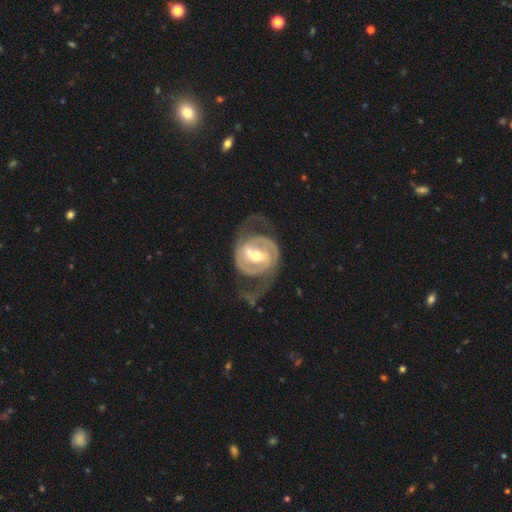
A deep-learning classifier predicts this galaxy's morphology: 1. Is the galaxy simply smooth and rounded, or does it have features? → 91% featured or disk, 5% smooth, 4% star or artifact.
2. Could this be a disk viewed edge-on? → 98% no, 2% yes.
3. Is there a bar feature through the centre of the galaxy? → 47% strong, 37% weak, 16% no.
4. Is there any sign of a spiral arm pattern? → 97% yes, 3% no.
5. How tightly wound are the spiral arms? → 46% medium, 38% tight, 16% loose.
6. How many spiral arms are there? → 91% 2, 3% can't tell, 2% 3, 2% 1, 1% 4, 1% more than 4.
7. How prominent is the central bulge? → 69% moderate, 24% small, 6% large, 1% none, 1% dominant.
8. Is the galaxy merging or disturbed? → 64% none, 16% major disturbance, 16% minor disturbance, 4% merger.